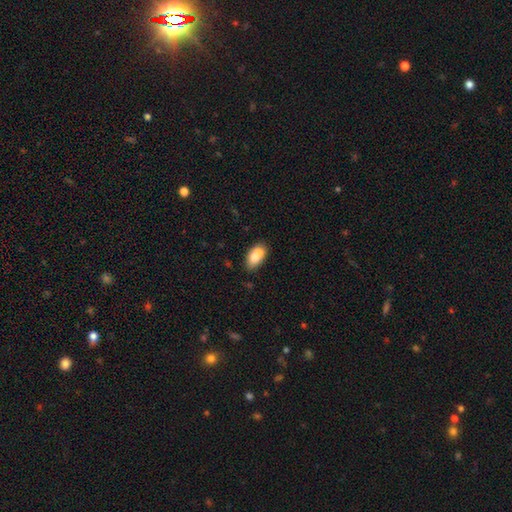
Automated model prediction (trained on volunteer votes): Overall: smooth (77%). How rounded: in between (91%). Merging: none (56%; merger 20%).